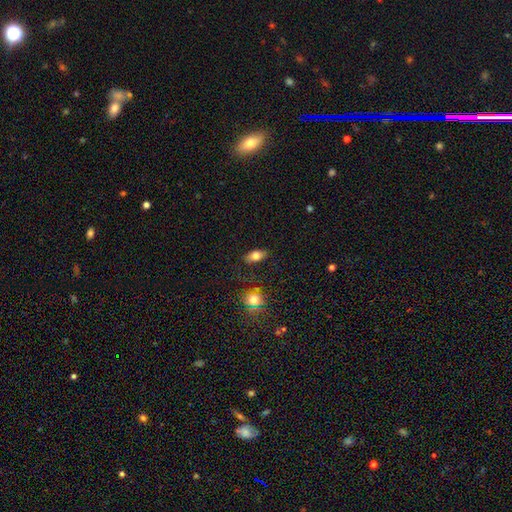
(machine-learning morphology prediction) A smooth galaxy with no disk features (74%) that is in between round and cigar-shaped (84%). Merging: none (83%).